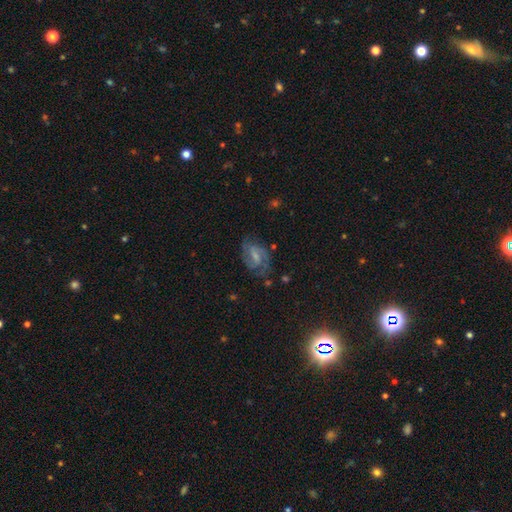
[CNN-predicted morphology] Q: Smooth or featured?
A: featured or disk (76%); runner-up: smooth (16%)
Q: Edge-on disk?
A: no (97%); runner-up: yes (3%)
Q: Bar?
A: weak (55%); runner-up: strong (24%)
Q: Spiral arms?
A: yes (93%); runner-up: no (7%)
Q: Spiral winding?
A: medium (49%); runner-up: tight (35%)
Q: Spiral arm count?
A: 2 (70%); runner-up: can't tell (12%)
Q: Bulge size?
A: small (40%); runner-up: moderate (31%)
Q: Merging?
A: none (64%); runner-up: minor disturbance (22%)